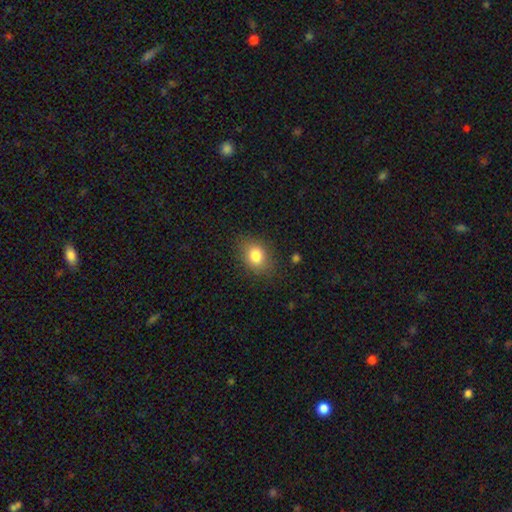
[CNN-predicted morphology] Overall: smooth (81%). How rounded: in between (61%; round 38%). Merging: none (82%).